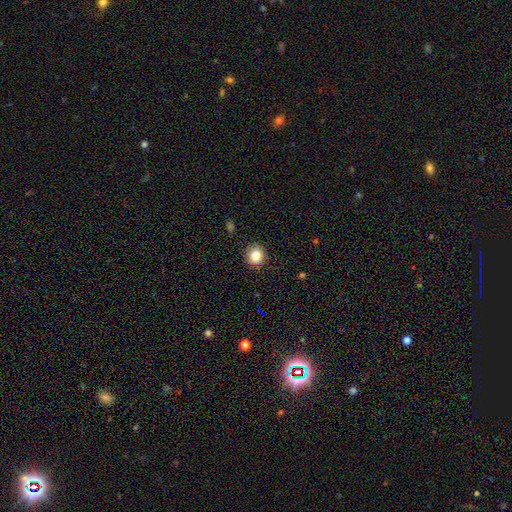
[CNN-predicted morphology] A smooth galaxy with no disk features (84%) that is round (86%). Merging: none (90%).